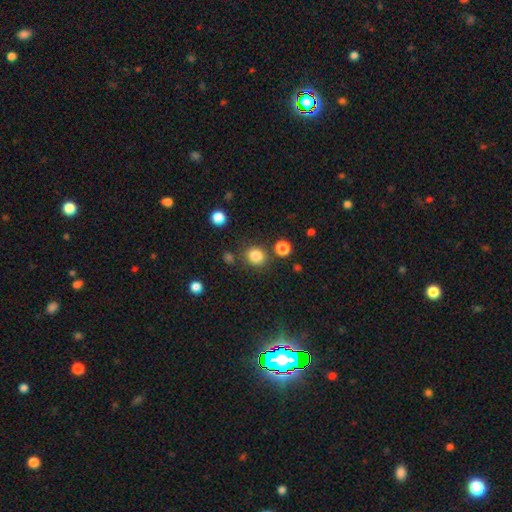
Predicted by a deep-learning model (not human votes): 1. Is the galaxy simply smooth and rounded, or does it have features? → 84% smooth, 12% star or artifact, 4% featured or disk.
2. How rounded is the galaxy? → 79% round, 20% in between, 1% cigar-shaped.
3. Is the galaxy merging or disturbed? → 81% none, 9% minor disturbance, 6% merger, 3% major disturbance.